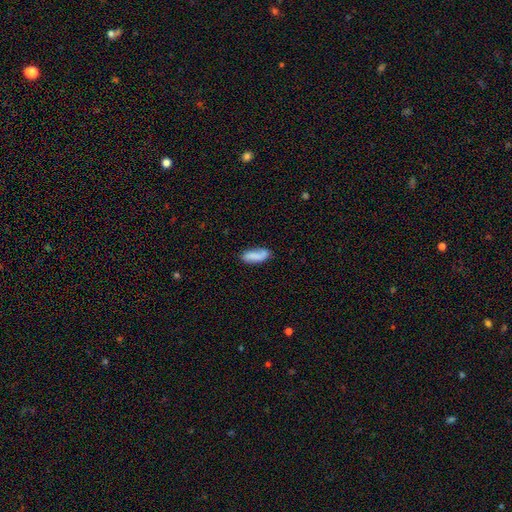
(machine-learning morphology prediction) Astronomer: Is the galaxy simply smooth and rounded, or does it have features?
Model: smooth — 77%.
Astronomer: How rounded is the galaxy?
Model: in between — 73%.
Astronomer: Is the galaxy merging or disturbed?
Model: none — 68%.